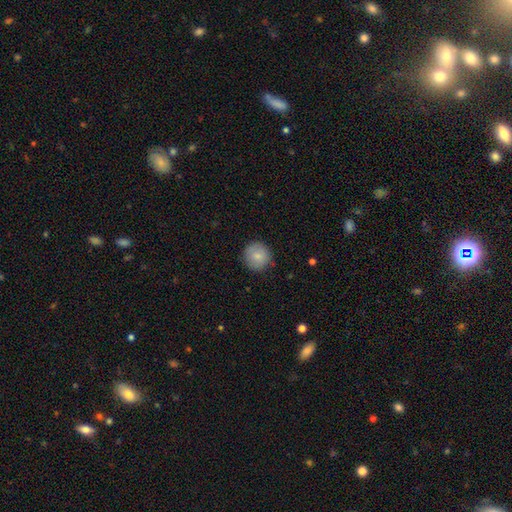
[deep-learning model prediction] This appears to be a smooth galaxy with no disk features (83%) that is round (94%). Merging: none (88%).